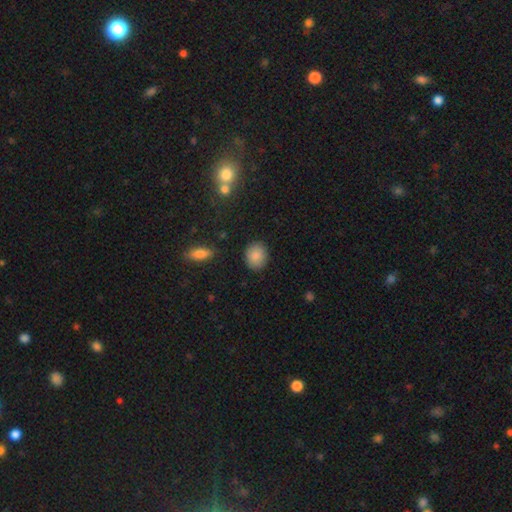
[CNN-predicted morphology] Q: Smooth or featured?
A: smooth (88%); runner-up: star or artifact (8%)
Q: How rounded?
A: round (57%); runner-up: in between (41%)
Q: Merging?
A: none (88%); runner-up: minor disturbance (9%)